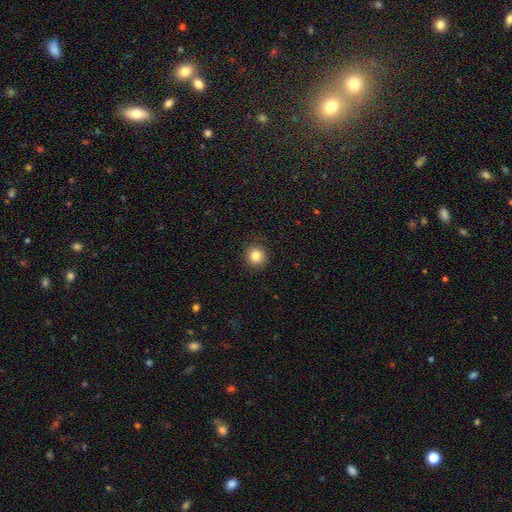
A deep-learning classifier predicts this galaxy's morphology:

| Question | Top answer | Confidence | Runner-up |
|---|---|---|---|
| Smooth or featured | smooth | 84% | star or artifact (11%) |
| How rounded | round | 92% | in between (7%) |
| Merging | none | 91% | minor disturbance (6%) |